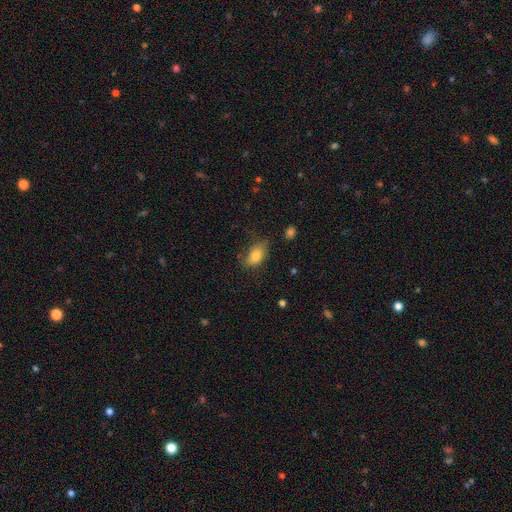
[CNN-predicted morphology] This is likely a smooth galaxy (80%). How rounded: clearly in between (86%). Merging: possibly none (58%).